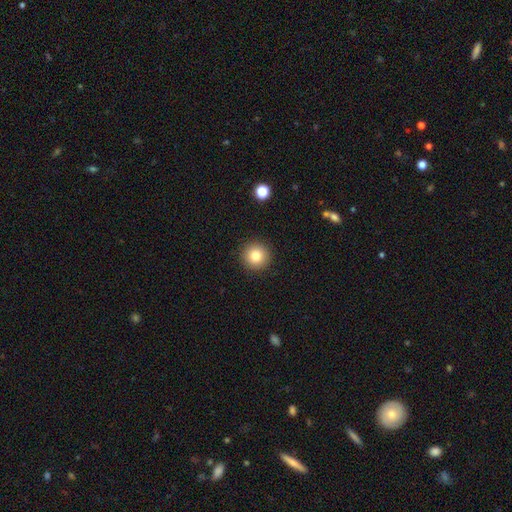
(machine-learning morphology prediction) Smooth or featured? Predicted: smooth (p=0.83). How rounded? Predicted: round (p=0.94). Merging? Predicted: none (p=0.92).